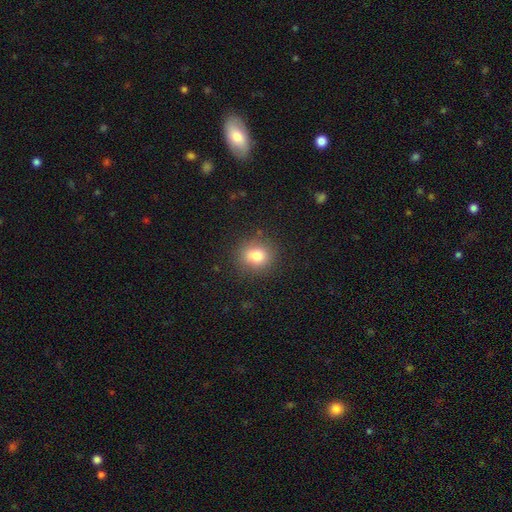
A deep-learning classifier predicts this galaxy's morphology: The model was most divided on "how rounded": round: 79%, in between: 20%, cigar-shaped: 1%. More confident: merging — none (87%); smooth or featured — smooth (80%).